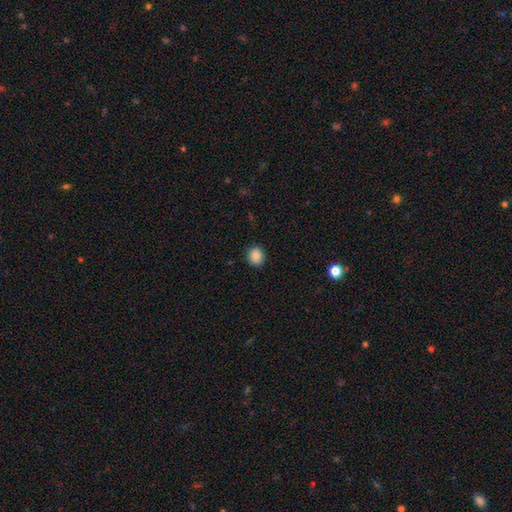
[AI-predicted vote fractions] smooth_or_featured: smooth (p=0.88) [alt: star or artifact p=0.09]
how_rounded: round (p=0.78) [alt: in between p=0.21]
merging: none (p=0.90) [alt: minor disturbance p=0.07]